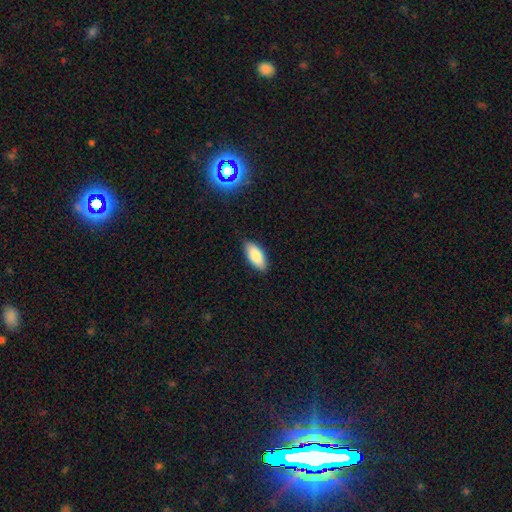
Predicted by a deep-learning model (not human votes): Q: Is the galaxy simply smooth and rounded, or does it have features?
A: smooth — 86%.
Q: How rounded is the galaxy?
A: in between — 88%.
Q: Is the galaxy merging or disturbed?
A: none — 86%.